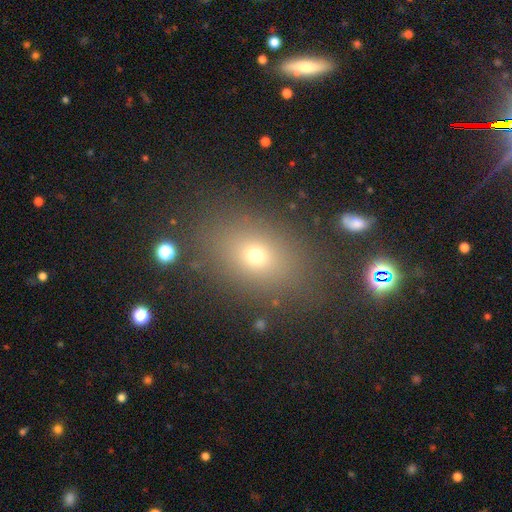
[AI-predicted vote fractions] A smooth galaxy with no disk features (65%) that is in between round and cigar-shaped (63%).

Vote fractions:
- Smooth or featured? smooth: 65% / star or artifact: 22% / featured or disk: 13%
- How rounded? in between: 63% / round: 35% / cigar-shaped: 2%
- Merging? none: 84% / minor disturbance: 9% / major disturbance: 5% / merger: 3%